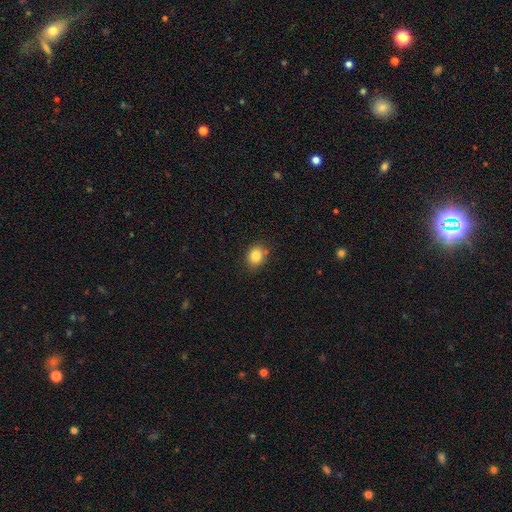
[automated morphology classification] Smooth or featured? Predicted: smooth (p=0.84). How rounded? Predicted: round (p=0.61). Merging? Predicted: none (p=0.82).